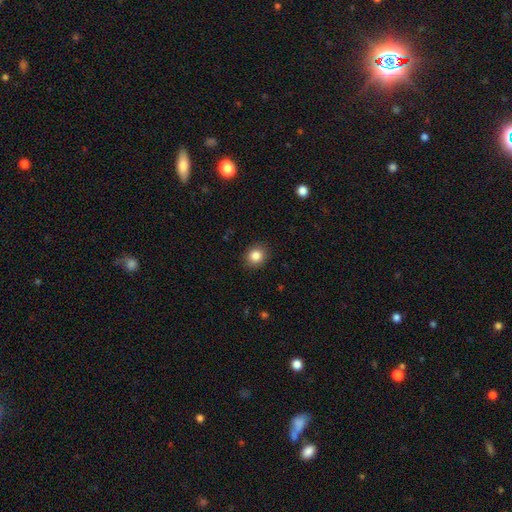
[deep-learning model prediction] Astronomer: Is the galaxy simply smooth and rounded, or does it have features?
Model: smooth — 85%.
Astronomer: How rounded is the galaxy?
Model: round — 80%.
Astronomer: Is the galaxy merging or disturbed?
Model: none — 89%.